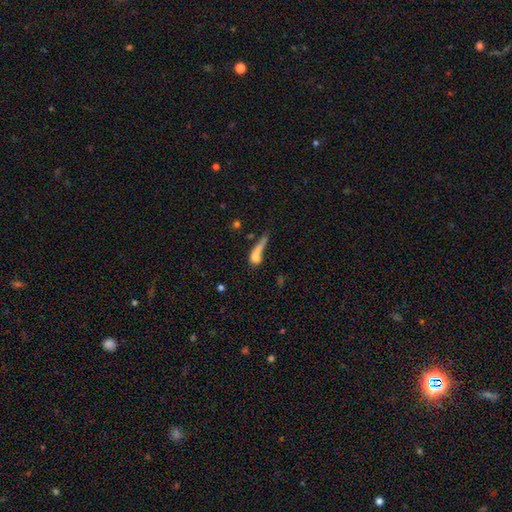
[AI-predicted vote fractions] This is likely a smooth galaxy (62%). How rounded: possibly cigar-shaped (50%). Merging: marginally major disturbance (32%).